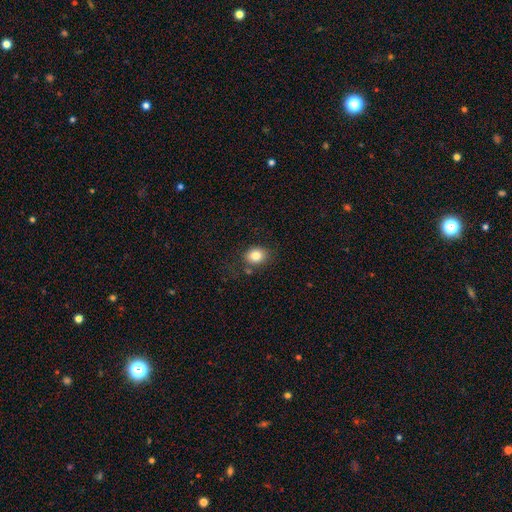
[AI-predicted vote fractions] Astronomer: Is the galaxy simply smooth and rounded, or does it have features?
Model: smooth — 82%.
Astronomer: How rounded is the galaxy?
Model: round — 53% (runner-up: in between, 46%).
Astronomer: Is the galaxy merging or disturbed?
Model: none — 76%.